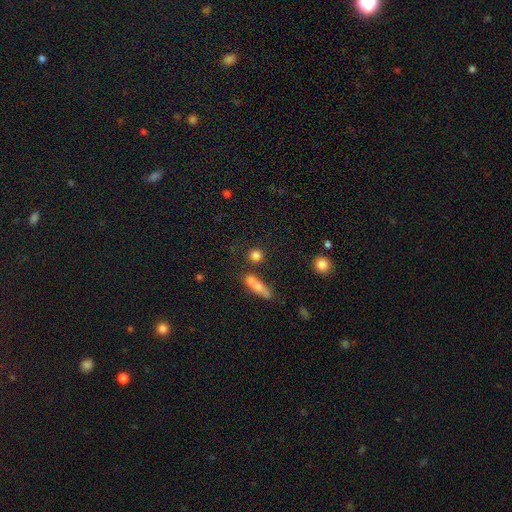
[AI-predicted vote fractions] This appears to be a smooth galaxy with no disk features (79%) that is round (74%). Merging: none (72%).